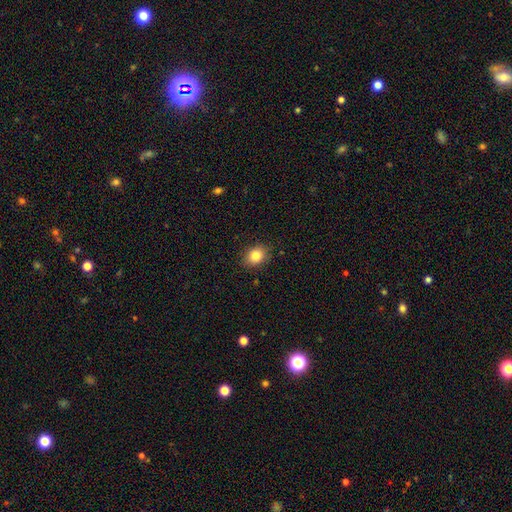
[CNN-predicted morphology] Smooth or featured: smooth — 84% (star or artifact — 10%)
How rounded: in between — 57% (round — 42%)
Merging: none — 86% (minor disturbance — 10%)